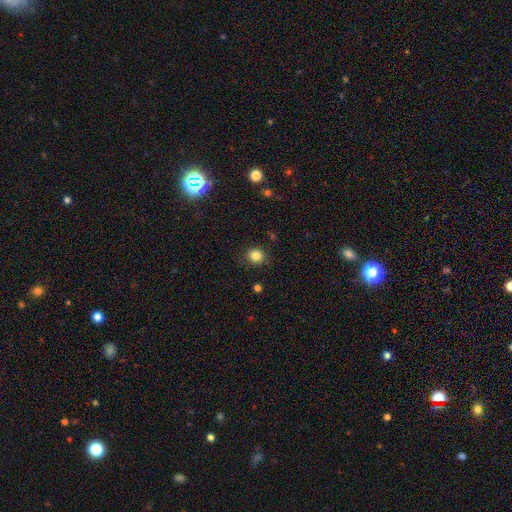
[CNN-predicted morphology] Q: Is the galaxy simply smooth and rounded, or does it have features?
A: smooth — 83%.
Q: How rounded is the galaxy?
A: round — 87%.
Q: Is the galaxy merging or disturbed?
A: none — 89%.